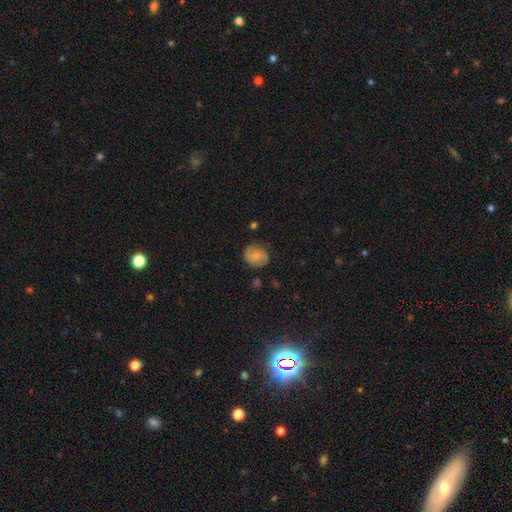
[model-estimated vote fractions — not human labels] This appears to be a smooth galaxy with no disk features (65%) that is round (76%). Merging: none (77%).